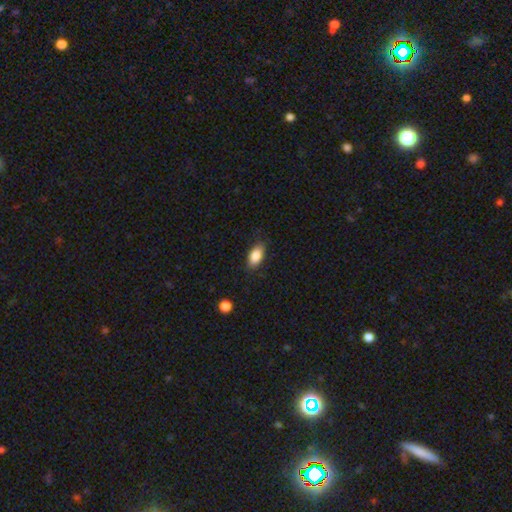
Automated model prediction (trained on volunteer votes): Morphology: type=smooth (86%); roundness=in between (90%); merging=none (82%).